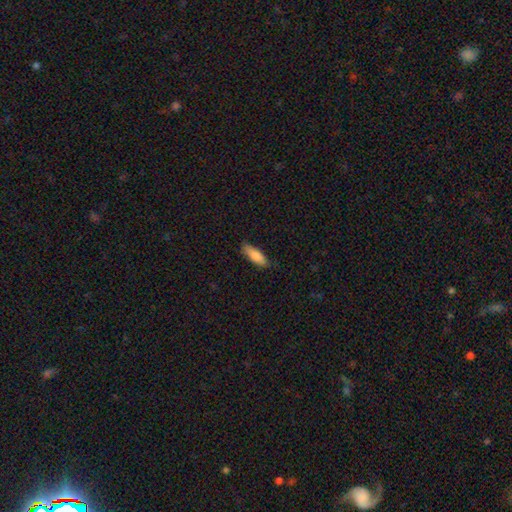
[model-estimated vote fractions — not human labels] Overall: smooth (85%). How rounded: in between (58%; cigar-shaped 40%). Merging: none (81%).